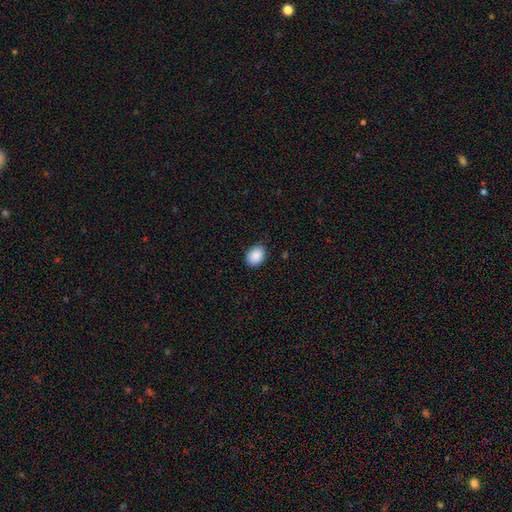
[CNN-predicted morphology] Smooth or featured: smooth — 90% (star or artifact — 7%)
How rounded: in between — 64% (round — 35%)
Merging: none — 84% (minor disturbance — 12%)